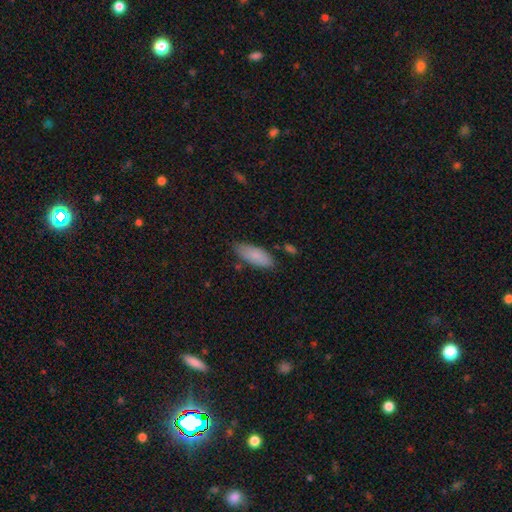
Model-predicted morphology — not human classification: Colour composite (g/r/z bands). It shows a smooth galaxy with no disk features (85%) that is in between round and cigar-shaped (76%). Merging: none (76%).